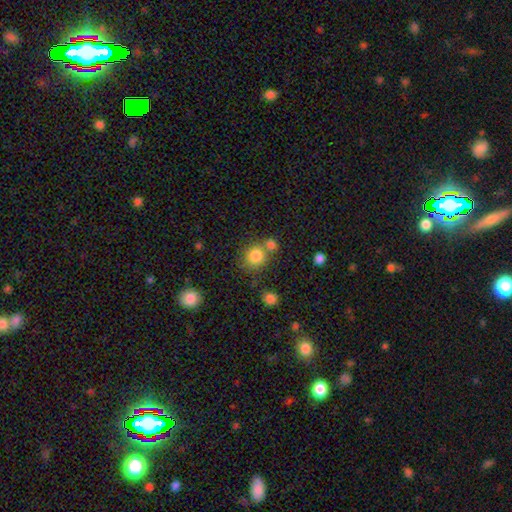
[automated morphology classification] Overall: smooth (82%). How rounded: round (82%). Merging: none (58%; merger 27%).